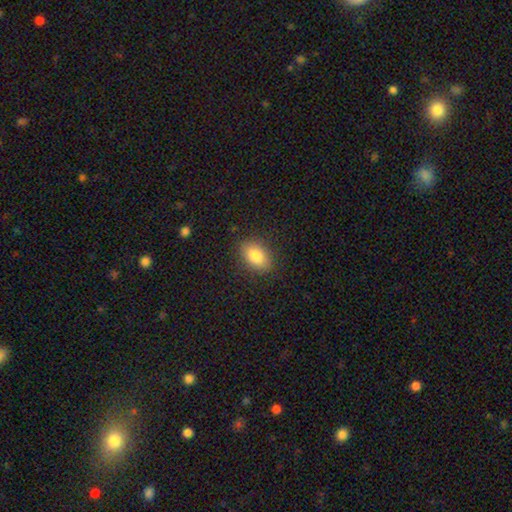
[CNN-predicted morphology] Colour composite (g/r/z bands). It shows a smooth galaxy with no disk features (83%) that is in between round and cigar-shaped (82%). Merging: none (87%).